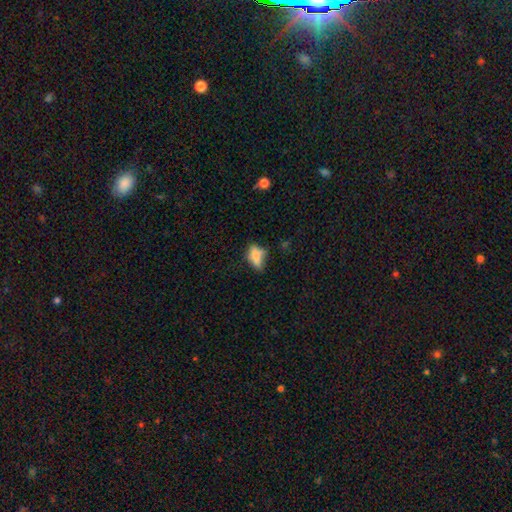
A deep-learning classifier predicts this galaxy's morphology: Overall: smooth (72%). How rounded: in between (77%). Merging: none (45%; minor disturbance 31%).